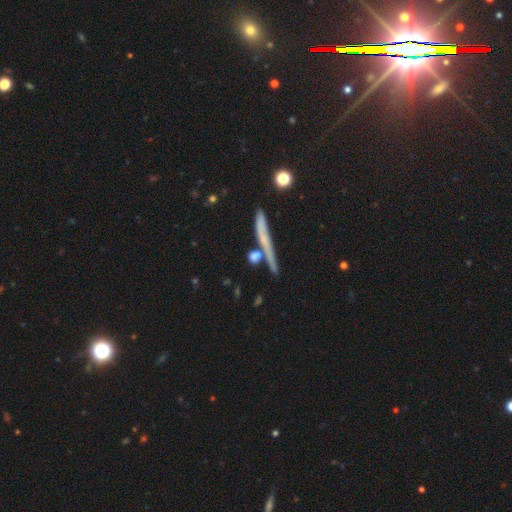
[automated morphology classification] Smooth or featured? smooth (63%)
How rounded? cigar-shaped (56%)
Merging? none (66%)